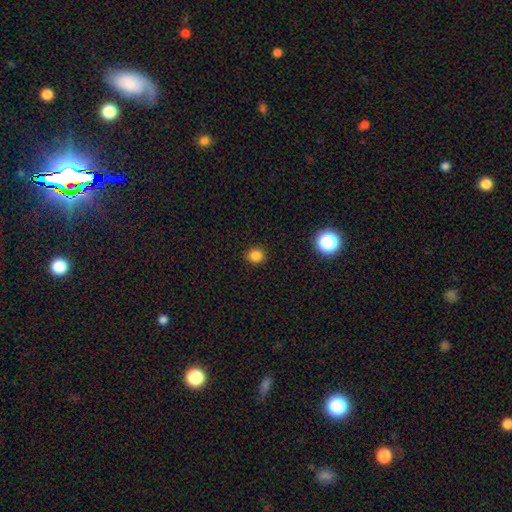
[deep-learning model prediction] Smooth or featured: smooth — 83% (star or artifact — 14%)
How rounded: round — 83% (in between — 16%)
Merging: none — 91% (minor disturbance — 6%)